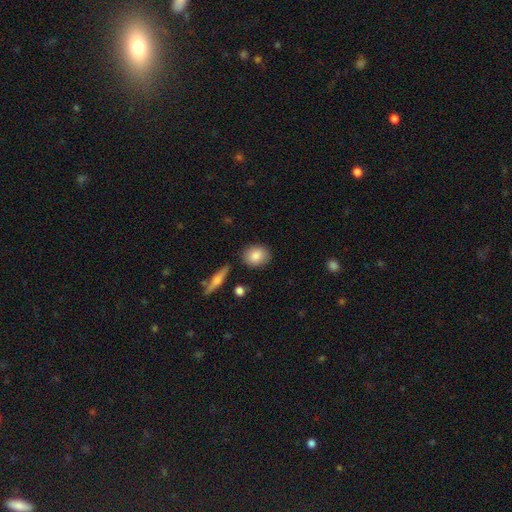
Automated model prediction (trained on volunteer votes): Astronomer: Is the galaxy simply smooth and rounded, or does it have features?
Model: smooth — 84%.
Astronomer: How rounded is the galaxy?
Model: round — 50% (runner-up: in between, 47%).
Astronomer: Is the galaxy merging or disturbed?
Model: none — 81%.